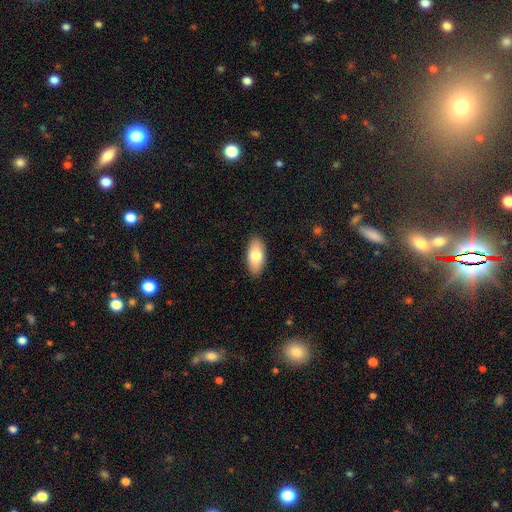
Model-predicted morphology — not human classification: Smooth or featured: smooth — 77% (featured or disk — 17%)
How rounded: in between — 90% (cigar-shaped — 7%)
Merging: none — 89% (minor disturbance — 8%)